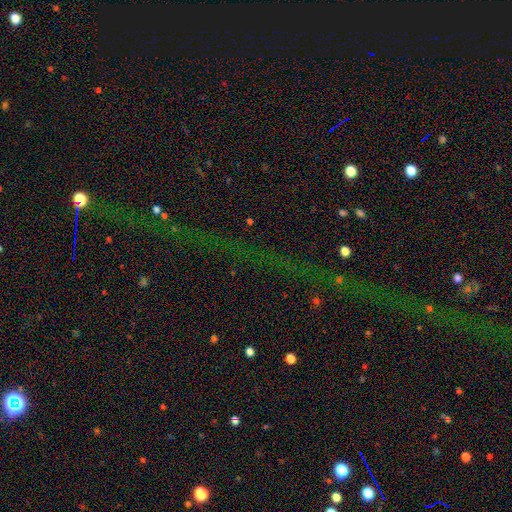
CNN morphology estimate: Overall: star or artifact (78%).